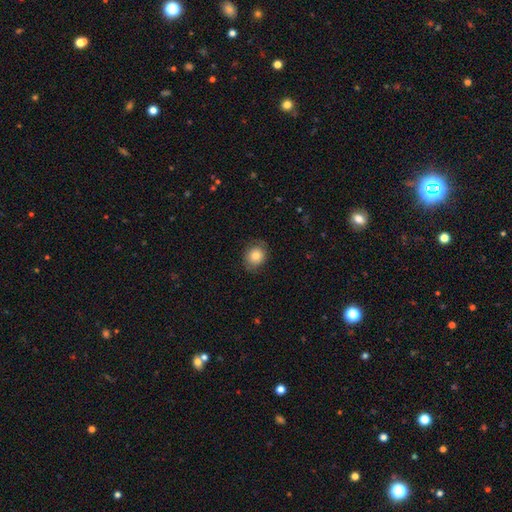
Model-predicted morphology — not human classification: smooth 78%, featured or disk 14%, star or artifact 8%. Down the decision tree: how rounded — round (72%); merging — none (78%).